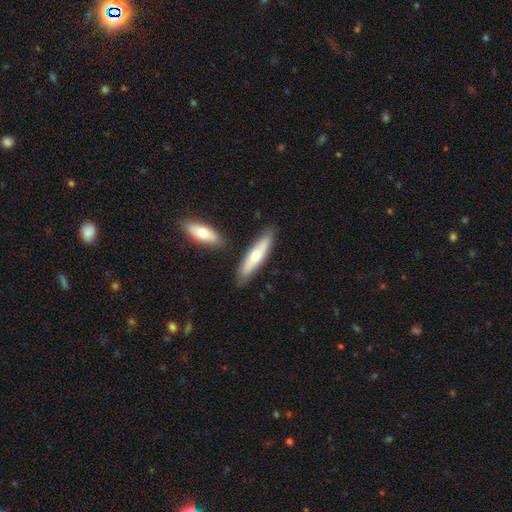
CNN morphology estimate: Smooth or featured? smooth (61%)
How rounded? cigar-shaped (75%)
Merging? none (80%)